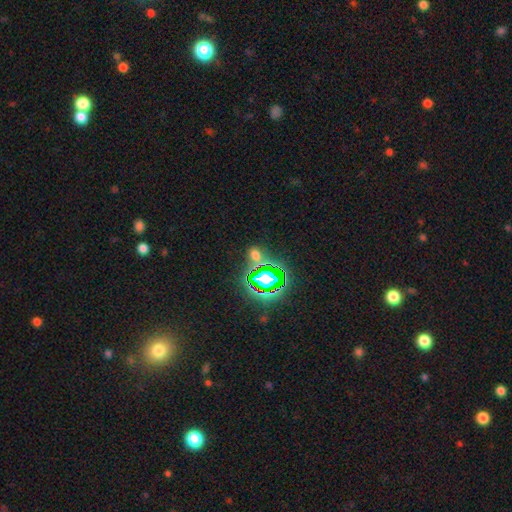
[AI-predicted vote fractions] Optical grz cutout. It shows a star or artifact, not a galaxy (51%).